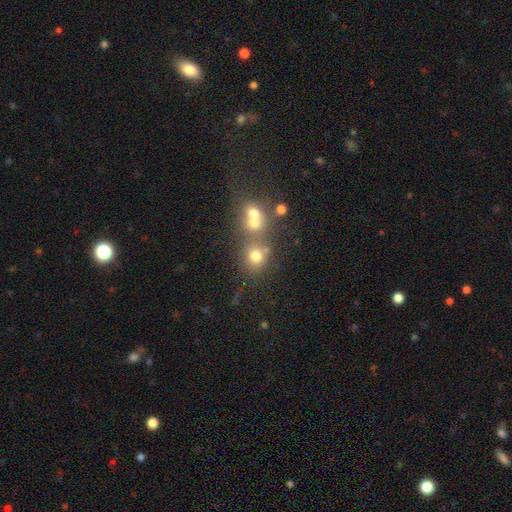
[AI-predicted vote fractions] Smooth or featured? Predicted: smooth (p=0.70). How rounded? Predicted: round (p=0.77). Merging? Predicted: none (p=0.49).